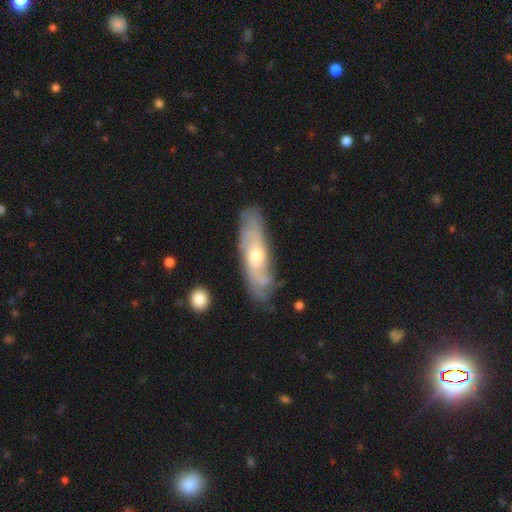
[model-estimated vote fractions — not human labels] smooth_or_featured: featured or disk (p=0.70) [alt: smooth p=0.23]
disk_edge_on: no (p=0.73) [alt: yes p=0.27]
bar: no (p=0.70) [alt: weak p=0.25]
has_spiral_arms: yes (p=0.85) [alt: no p=0.15]
bulge_size: moderate (p=0.54) [alt: small p=0.41]
merging: none (p=0.75) [alt: minor disturbance p=0.18]